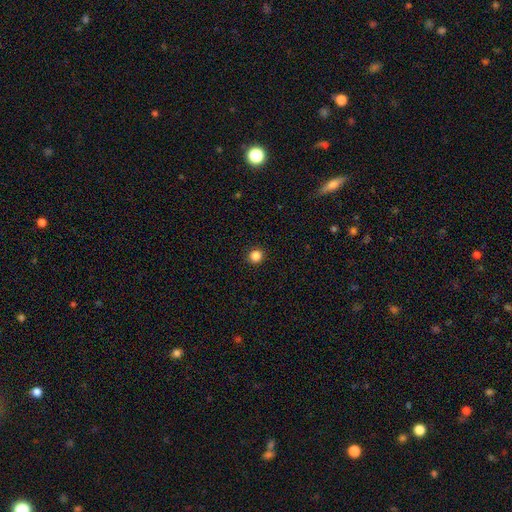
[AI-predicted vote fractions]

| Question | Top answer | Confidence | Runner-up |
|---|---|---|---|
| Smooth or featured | smooth | 85% | star or artifact (12%) |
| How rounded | round | 92% | in between (7%) |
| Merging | none | 93% | minor disturbance (4%) |